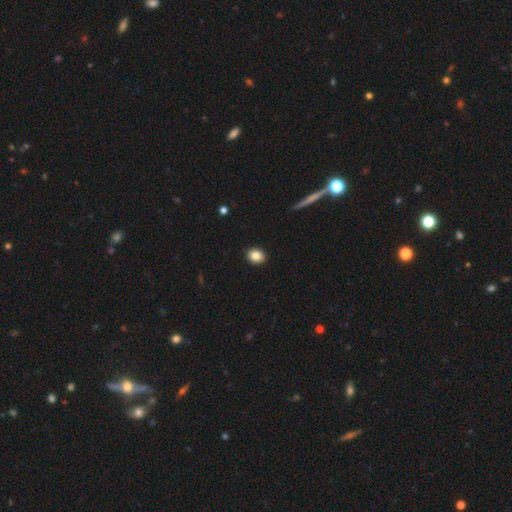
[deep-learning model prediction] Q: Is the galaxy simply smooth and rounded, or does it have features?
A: smooth — 85%.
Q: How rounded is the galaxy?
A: round — 62%.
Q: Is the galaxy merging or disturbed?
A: none — 91%.